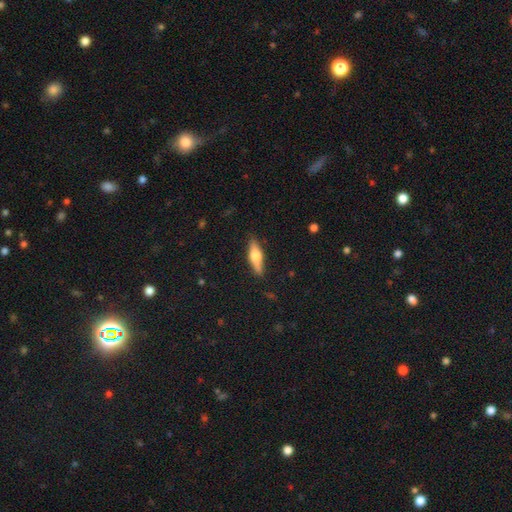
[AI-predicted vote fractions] smooth 49%, featured or disk 45%, star or artifact 6%. Down the decision tree: merging — none (87%).